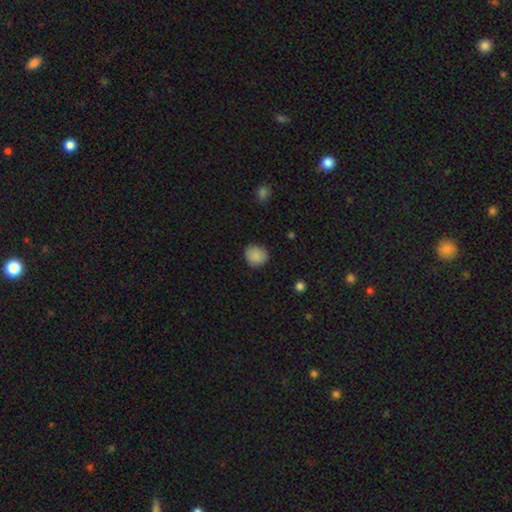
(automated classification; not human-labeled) Morphology: type=smooth (88%); roundness=round (87%); merging=none (85%).